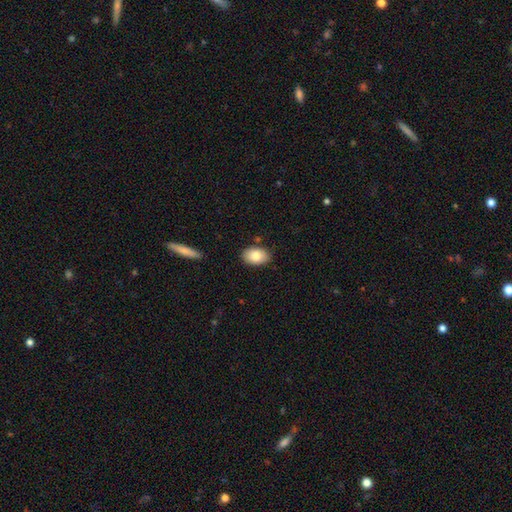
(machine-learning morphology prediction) This is clearly a smooth galaxy (82%). How rounded: clearly in between (88%). Merging: clearly none (85%).